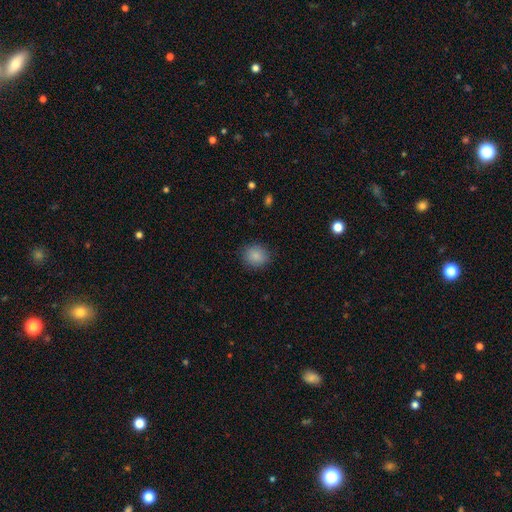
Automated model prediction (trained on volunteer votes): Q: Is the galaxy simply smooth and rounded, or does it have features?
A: smooth — 87%.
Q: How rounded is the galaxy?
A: round — 75%.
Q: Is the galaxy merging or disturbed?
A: none — 87%.